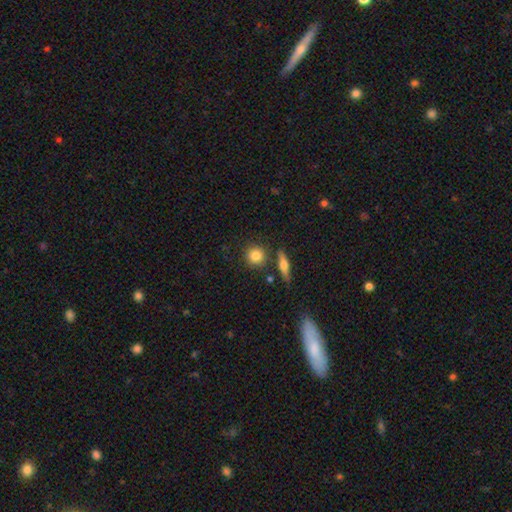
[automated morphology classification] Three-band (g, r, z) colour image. It shows a smooth galaxy with no disk features (82%) that is round (87%). Merging: none (79%).